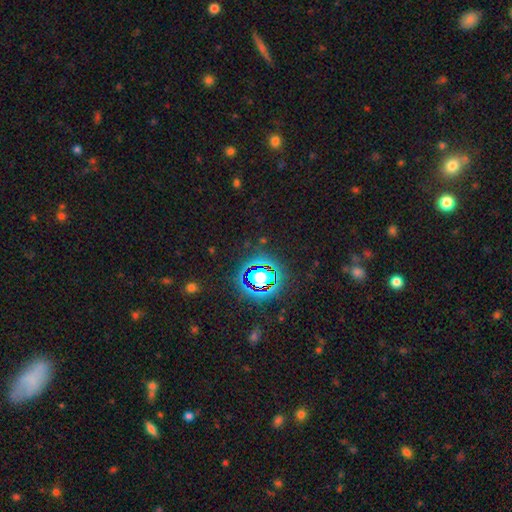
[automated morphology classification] This is likely a star or artifact rather than a galaxy (79%).